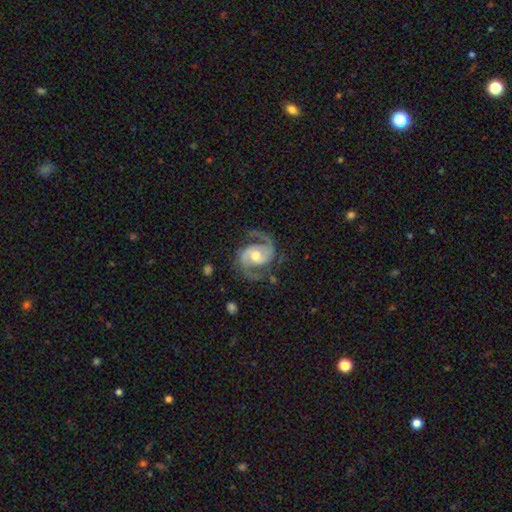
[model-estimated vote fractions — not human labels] Smooth or featured? featured or disk (92%)
Edge-on disk? no (98%)
Bar? no (51%)
Spiral arms? yes (98%)
Spiral winding? medium (61%)
Spiral arm count? 2 (93%)
Bulge size? moderate (73%)
Merging? none (75%)